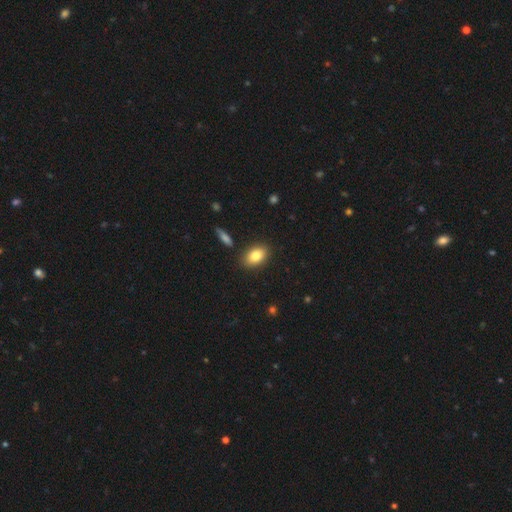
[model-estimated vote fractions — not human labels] Smooth or featured: smooth — 83% (featured or disk — 9%)
How rounded: in between — 87% (round — 11%)
Merging: none — 86% (minor disturbance — 9%)